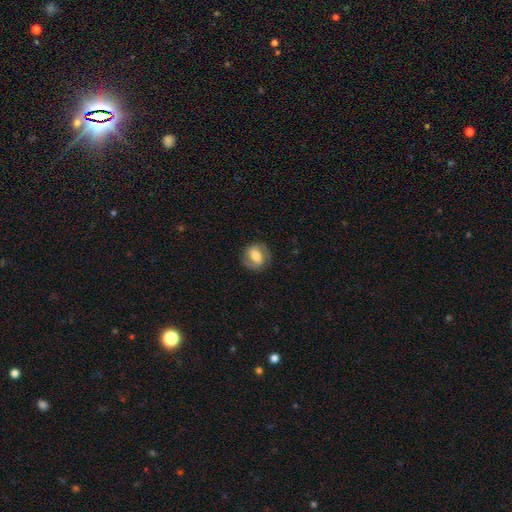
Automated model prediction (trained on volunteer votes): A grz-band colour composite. It shows a featured or disk galaxy (51%). Merging: none (78%).